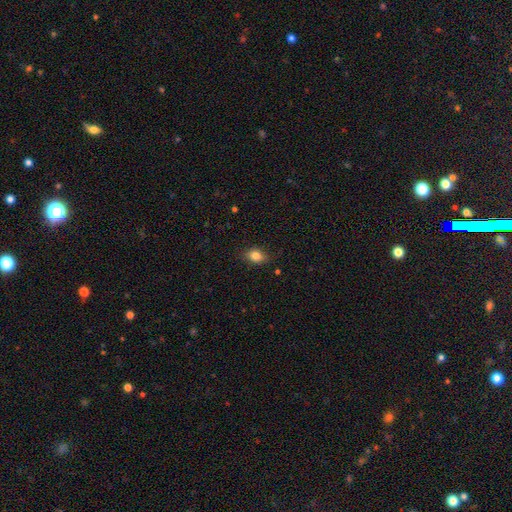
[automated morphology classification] smooth 82%, star or artifact 10%, featured or disk 8%. Down the decision tree: how rounded — in between (72%); merging — none (82%).